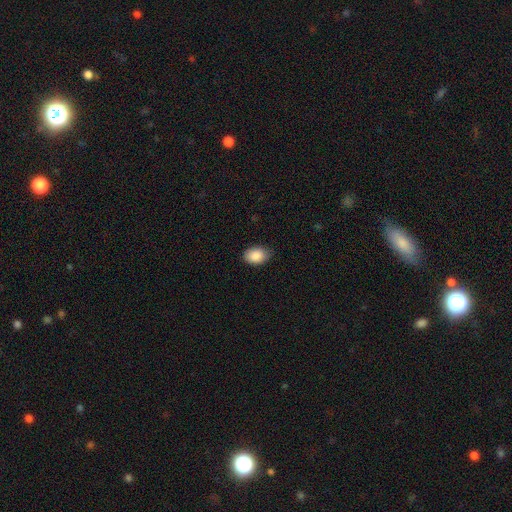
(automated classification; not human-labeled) smooth 88%, star or artifact 7%, featured or disk 5%. Down the decision tree: how rounded — in between (84%); merging — none (78%).